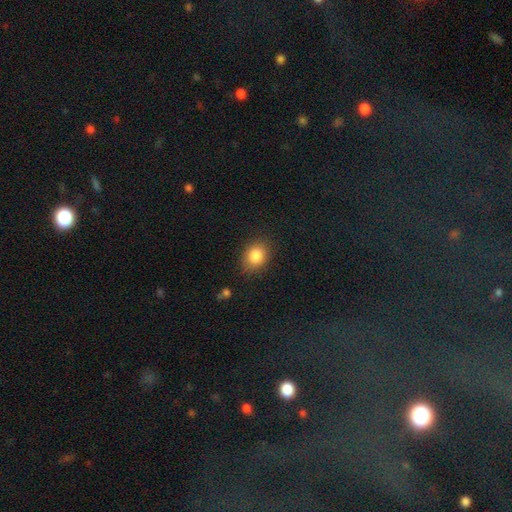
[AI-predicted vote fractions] Smooth or featured?
  - smooth: 85% *
  - star or artifact: 9%
  - featured or disk: 6%
How rounded?
  - in between: 52% *
  - round: 47%
  - cigar-shaped: 1%
Merging?
  - none: 83% *
  - minor disturbance: 12%
  - major disturbance: 3%
  - merger: 2%